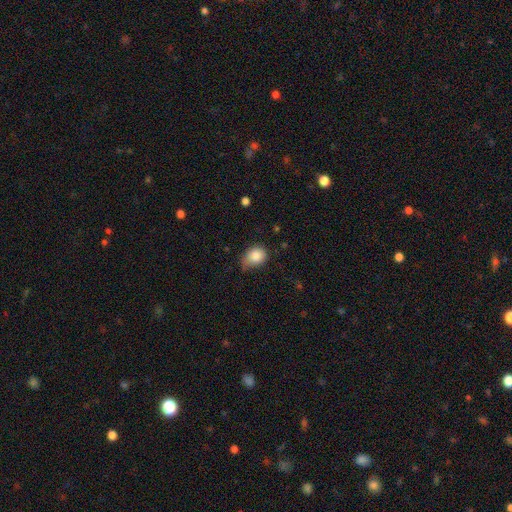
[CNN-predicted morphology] smooth_or_featured: smooth (p=0.83) [alt: star or artifact p=0.09]
how_rounded: in between (p=0.57) [alt: round p=0.42]
merging: none (p=0.48) [alt: minor disturbance p=0.41]